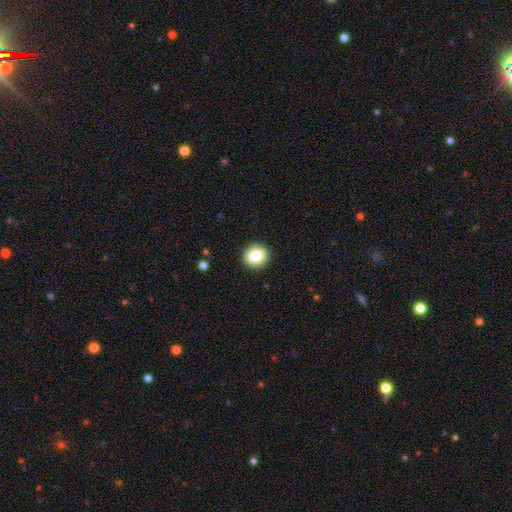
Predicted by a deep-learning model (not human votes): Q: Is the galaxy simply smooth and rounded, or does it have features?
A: smooth — 84%.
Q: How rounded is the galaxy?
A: round — 84%.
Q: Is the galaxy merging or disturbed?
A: none — 91%.